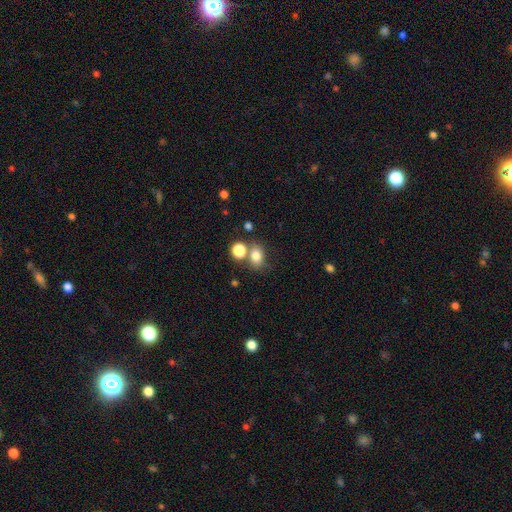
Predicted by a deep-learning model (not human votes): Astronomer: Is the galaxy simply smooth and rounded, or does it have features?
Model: smooth — 79%.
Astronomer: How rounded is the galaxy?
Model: in between — 51% (runner-up: round, 48%).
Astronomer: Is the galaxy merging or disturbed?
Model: none — 58%.